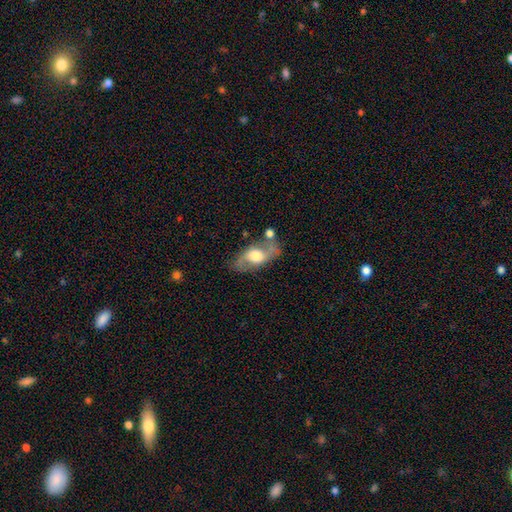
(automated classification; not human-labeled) Overall: featured or disk (61%; smooth 32%). Edge-on disk: no (84%). Bar: no (55%; weak 33%). Spiral arms: yes (70%; no 30%). Bulge size: moderate (51%; large 38%). Merging: none (61%).